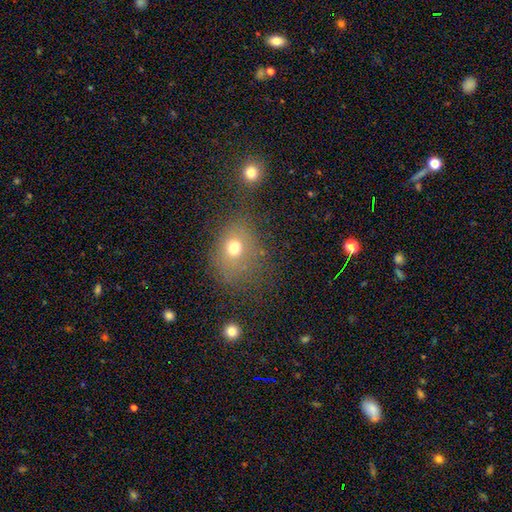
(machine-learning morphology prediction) A smooth galaxy with no disk features (57%) that is round (65%). Merging: none (67%).